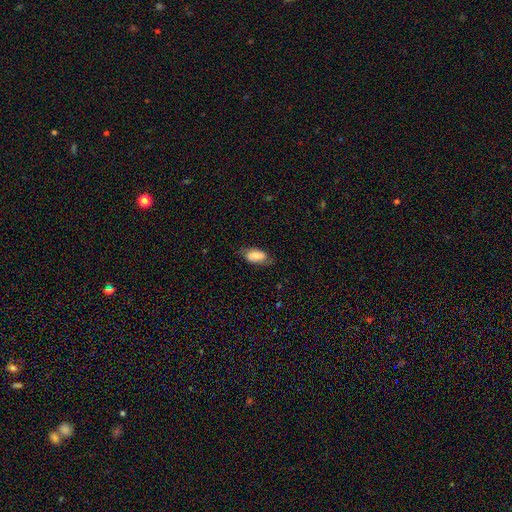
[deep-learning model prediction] smooth-or-featured: smooth: 72% | featured or disk: 21% | star or artifact: 7%
  how-rounded: in between: 91% | cigar-shaped: 5% | round: 4%
  merging: none: 64% | minor disturbance: 26% | major disturbance: 8% | merger: 1%